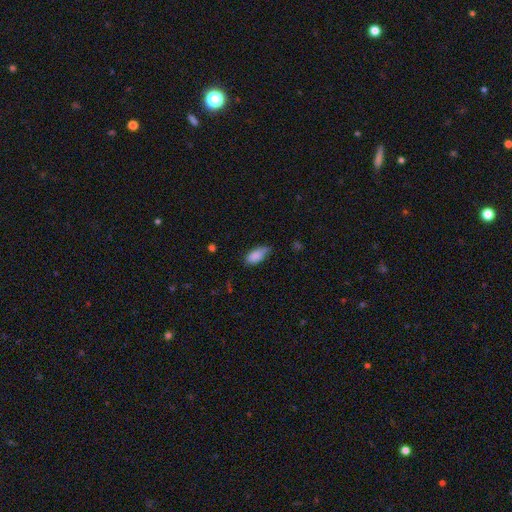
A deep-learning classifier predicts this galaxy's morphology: The model was most divided on "merging": none: 58%, minor disturbance: 35%, major disturbance: 6%, merger: 2%. More confident: how rounded — in between (89%); smooth or featured — smooth (87%).